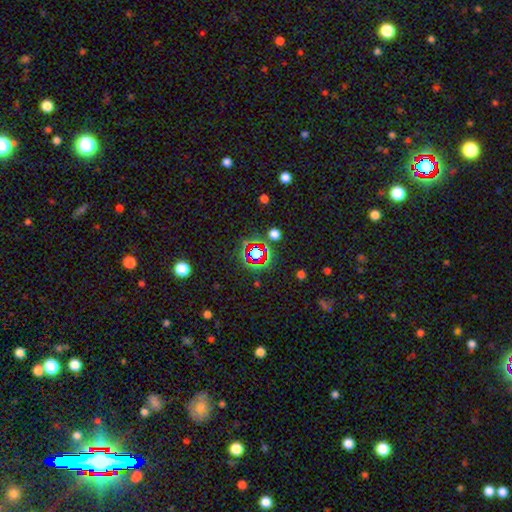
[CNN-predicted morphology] Smooth or featured? star or artifact (66%)